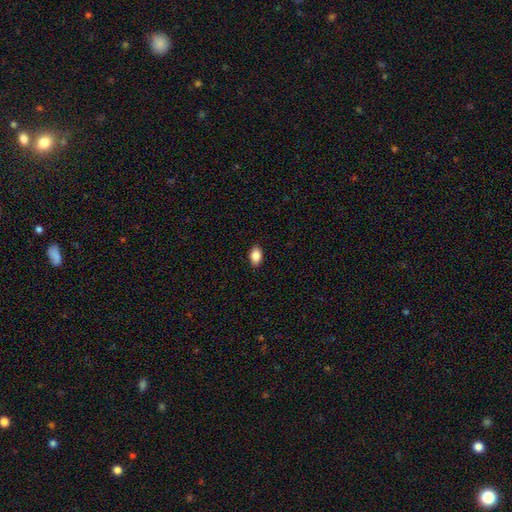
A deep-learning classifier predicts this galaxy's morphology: smooth 88%, star or artifact 8%, featured or disk 4%. Down the decision tree: how rounded — in between (88%); merging — none (89%).